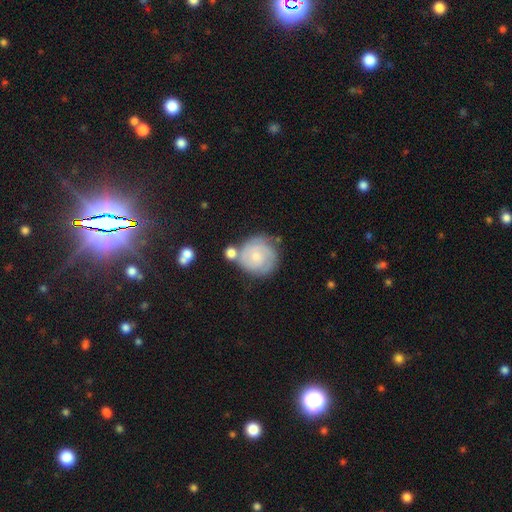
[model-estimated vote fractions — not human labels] Smooth or featured?
  - featured or disk: 62% *
  - smooth: 31%
  - star or artifact: 7%
Edge-on disk?
  - no: 98% *
  - yes: 2%
Bar?
  - no: 74% *
  - weak: 23%
  - strong: 3%
Spiral arms?
  - yes: 88% *
  - no: 12%
Spiral winding?
  - tight: 69% *
  - medium: 24%
  - loose: 7%
Spiral arm count?
  - 2: 36% *
  - can't tell: 33%
  - 3: 17%
  - 1: 5%
  - 4: 5%
  - more than 4: 4%
Bulge size?
  - small: 64% *
  - moderate: 28%
  - none: 5%
  - large: 2%
  - dominant: 1%
Merging?
  - none: 62% *
  - minor disturbance: 18%
  - merger: 13%
  - major disturbance: 7%